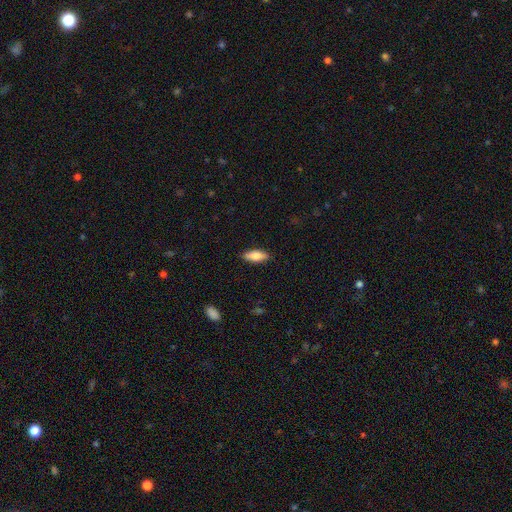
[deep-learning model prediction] smooth-or-featured: smooth: 75% | featured or disk: 19% | star or artifact: 6%
  how-rounded: in between: 70% | cigar-shaped: 27% | round: 2%
  merging: none: 88% | minor disturbance: 9% | major disturbance: 2% | merger: 1%